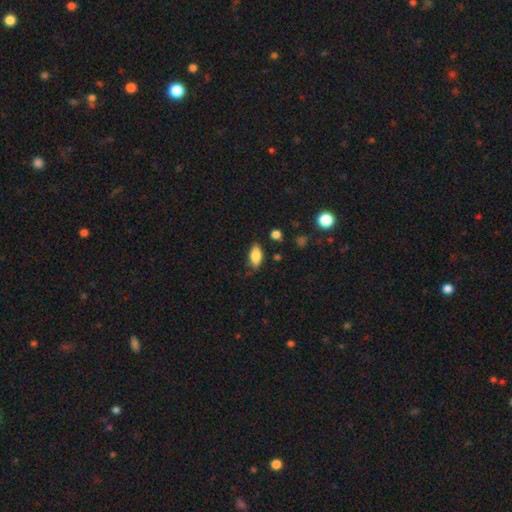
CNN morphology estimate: This appears to be a smooth galaxy with no disk features (83%) that is in between round and cigar-shaped (90%). Merging: none (77%).